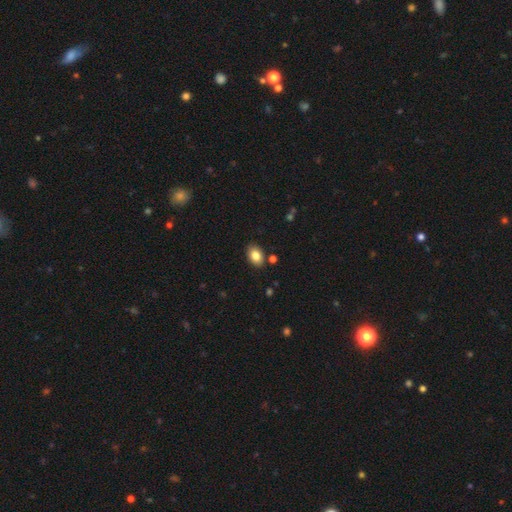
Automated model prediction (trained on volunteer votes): This appears to be a smooth galaxy with no disk features (83%) that is in between round and cigar-shaped (82%). Merging: none (85%).